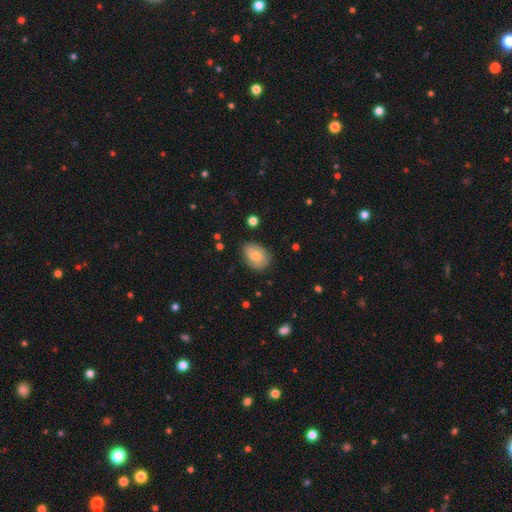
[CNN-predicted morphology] This appears to be a smooth galaxy with no disk features (75%) that is in between round and cigar-shaped (75%). Merging: none (73%).